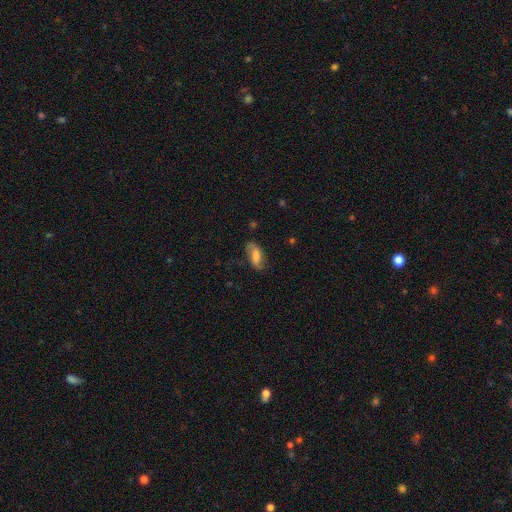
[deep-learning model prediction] smooth_or_featured: featured or disk (p=0.52) [alt: smooth p=0.40]
disk_edge_on: no (p=0.91) [alt: yes p=0.09]
merging: none (p=0.69) [alt: minor disturbance p=0.21]